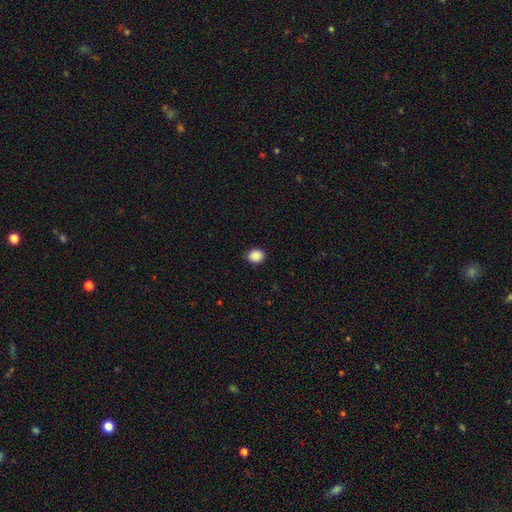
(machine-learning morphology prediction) Smooth or featured?
  - smooth: 89% *
  - star or artifact: 9%
  - featured or disk: 2%
How rounded?
  - round: 66% *
  - in between: 33%
  - cigar-shaped: 1%
Merging?
  - none: 89% *
  - minor disturbance: 8%
  - major disturbance: 2%
  - merger: 1%